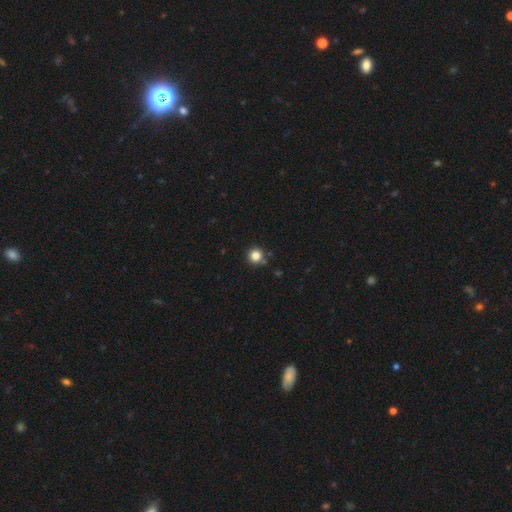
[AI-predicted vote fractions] Smooth or featured? smooth (83%)
How rounded? round (95%)
Merging? none (85%)